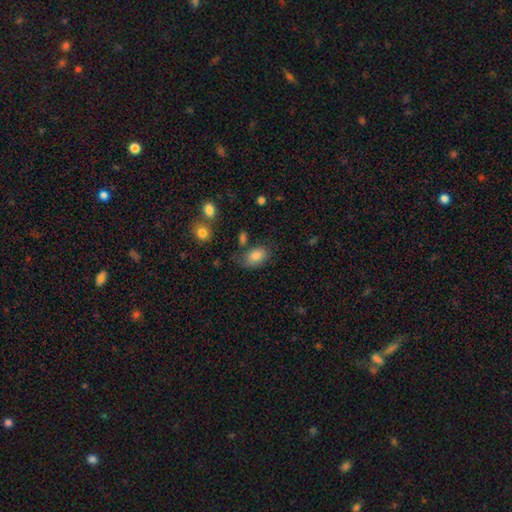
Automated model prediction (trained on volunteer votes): Morphology: type=smooth (83%); roundness=in between (89%); merging=none (61%).